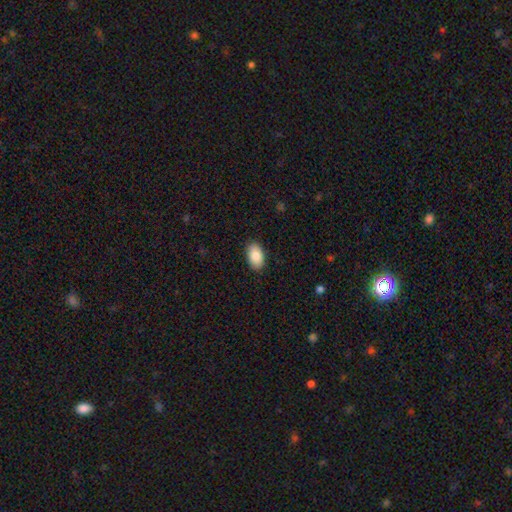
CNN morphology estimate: smooth_or_featured: smooth (p=0.86) [alt: featured or disk p=0.07]
how_rounded: in between (p=0.93) [alt: round p=0.05]
merging: none (p=0.88) [alt: minor disturbance p=0.09]